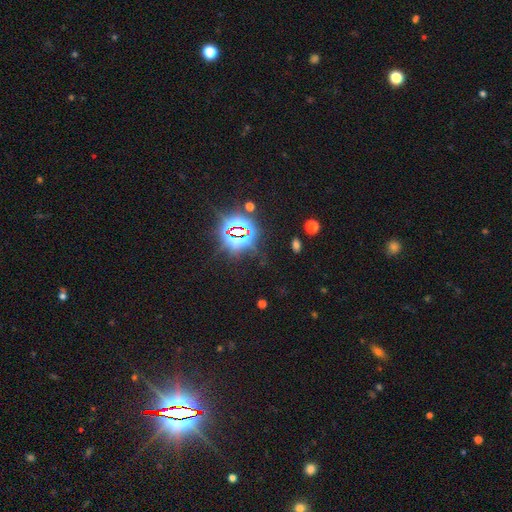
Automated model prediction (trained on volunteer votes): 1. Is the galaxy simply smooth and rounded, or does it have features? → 84% star or artifact, 9% smooth, 7% featured or disk.